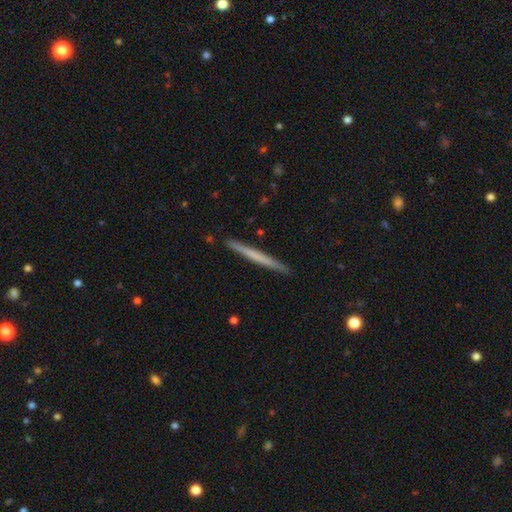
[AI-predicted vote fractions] smooth_or_featured: smooth (p=0.52) [alt: featured or disk p=0.43]
how_rounded: cigar-shaped (p=0.97) [alt: in between p=0.01]
merging: none (p=0.91) [alt: minor disturbance p=0.06]